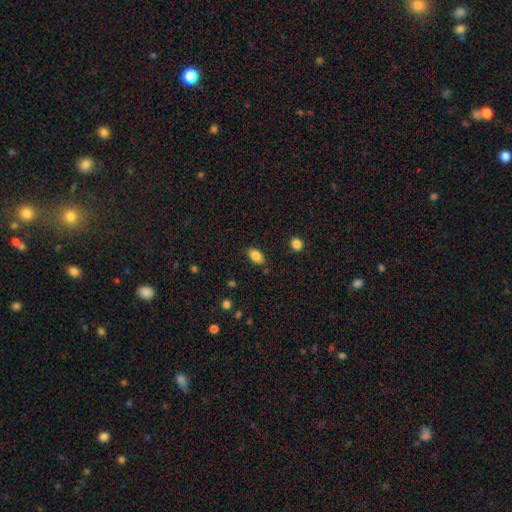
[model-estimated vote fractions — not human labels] Overall: smooth (85%). How rounded: in between (88%). Merging: none (84%).